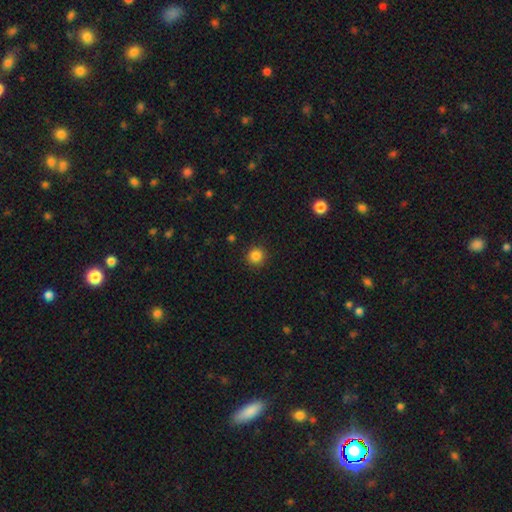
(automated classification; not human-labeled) The model was most divided on "smooth or featured": smooth: 85%, star or artifact: 12%, featured or disk: 4%. More confident: how rounded — round (94%); merging — none (91%).